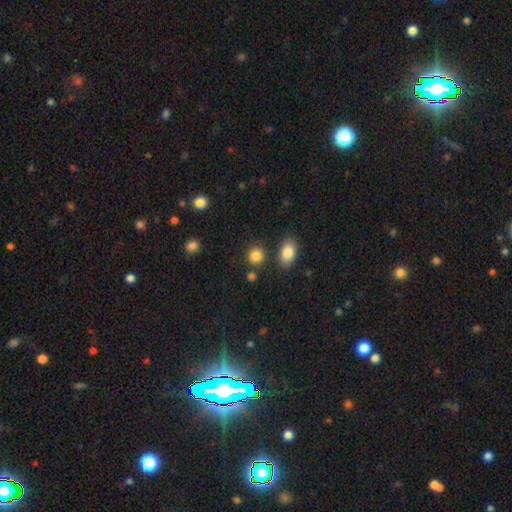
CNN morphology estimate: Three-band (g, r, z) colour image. It shows a smooth galaxy with no disk features (86%) that is round (78%). Merging: none (80%).